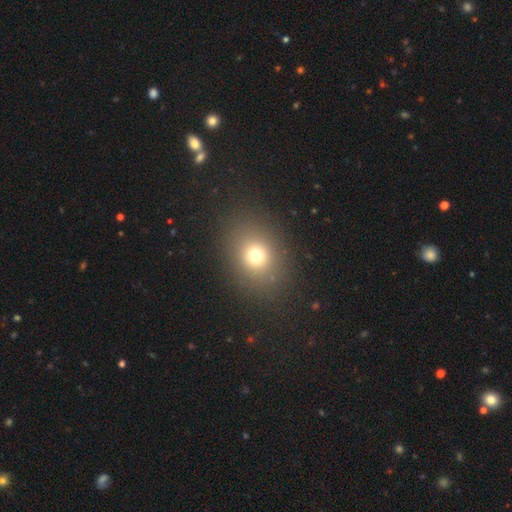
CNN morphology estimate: A smooth galaxy with no disk features (72%) that is round (57%). Merging: none (84%).